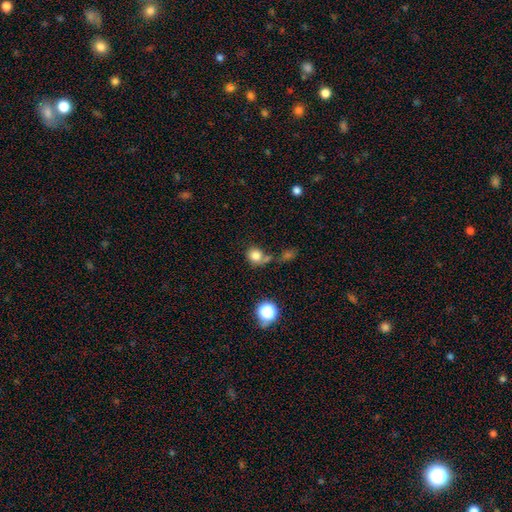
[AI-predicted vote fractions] Smooth or featured?
  - smooth: 80% *
  - star or artifact: 12%
  - featured or disk: 9%
How rounded?
  - round: 83% *
  - in between: 16%
  - cigar-shaped: 1%
Merging?
  - none: 52% *
  - merger: 22%
  - minor disturbance: 16%
  - major disturbance: 10%